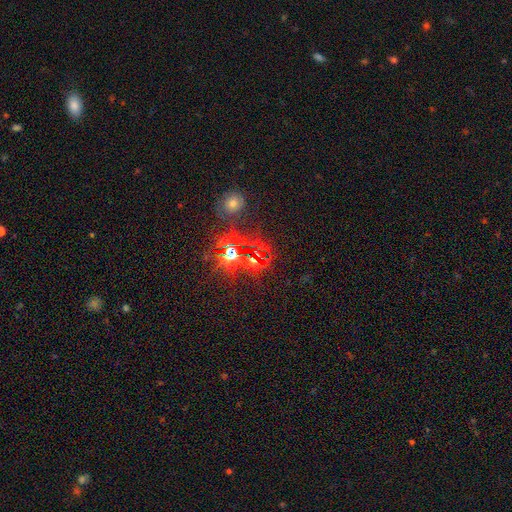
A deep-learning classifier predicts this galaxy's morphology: Smooth or featured? Predicted: star or artifact (p=0.78).